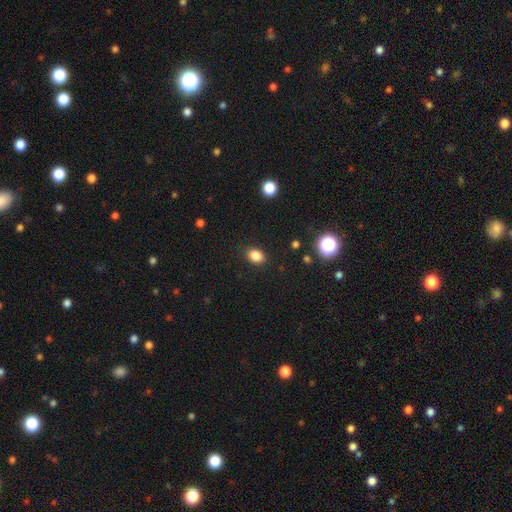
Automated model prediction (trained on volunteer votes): Smooth or featured? Predicted: smooth (p=0.85). How rounded? Predicted: in between (p=0.63). Merging? Predicted: none (p=0.88).